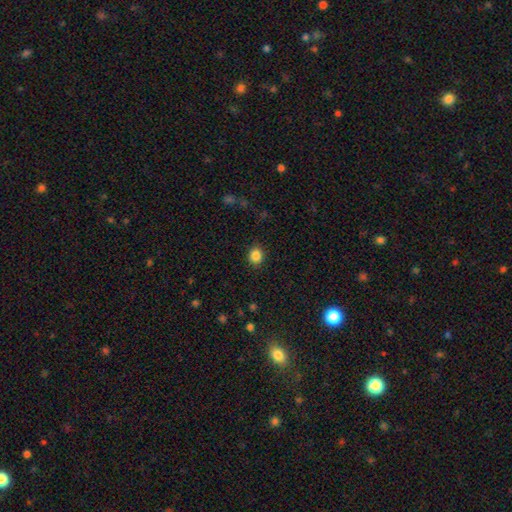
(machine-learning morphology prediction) Smooth or featured?
  - smooth: 86% *
  - star or artifact: 10%
  - featured or disk: 4%
How rounded?
  - round: 68% *
  - in between: 31%
  - cigar-shaped: 1%
Merging?
  - none: 89% *
  - minor disturbance: 7%
  - major disturbance: 2%
  - merger: 1%